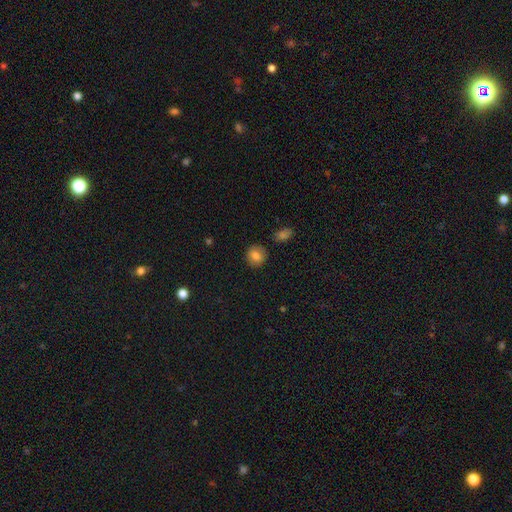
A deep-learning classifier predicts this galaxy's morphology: Smooth or featured? Predicted: smooth (p=0.81). How rounded? Predicted: round (p=0.82). Merging? Predicted: none (p=0.86).